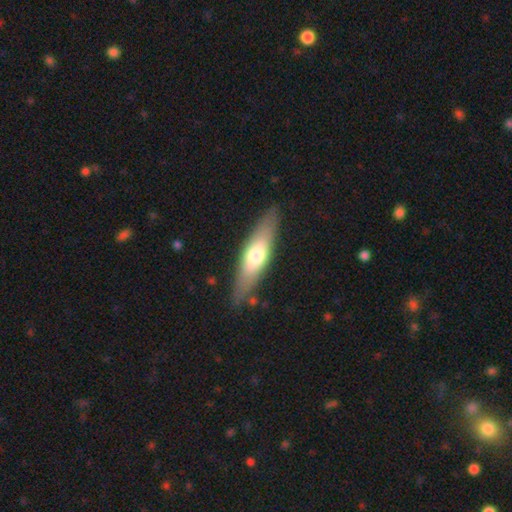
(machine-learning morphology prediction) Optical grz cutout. It shows a smooth galaxy with no disk features (57%) that is cigar-shaped (60%). Merging: none (83%).